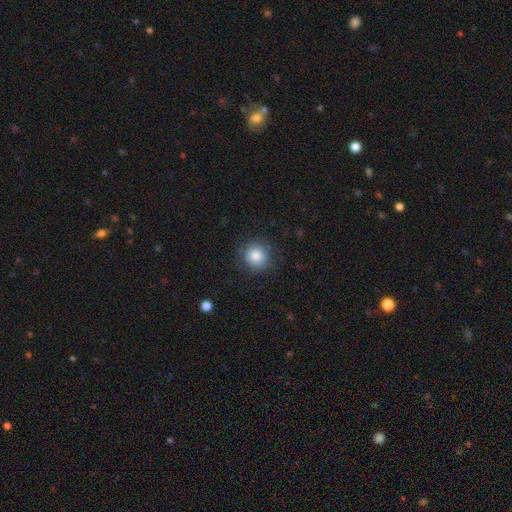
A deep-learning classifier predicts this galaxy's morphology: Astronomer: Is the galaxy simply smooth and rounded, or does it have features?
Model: smooth — 84%.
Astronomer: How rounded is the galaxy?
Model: round — 91%.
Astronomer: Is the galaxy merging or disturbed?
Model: none — 86%.